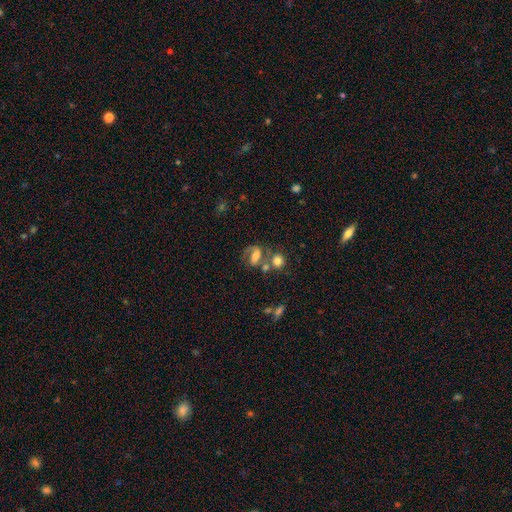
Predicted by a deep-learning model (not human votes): featured or disk 61%, smooth 28%, star or artifact 10%. Down the decision tree: edge-on disk — no (96%); bar — weak (36%); spiral arms — yes (86%); spiral arm count — 2 (73%); spiral winding — medium (51%); bulge size — moderate (51%); merging — none (43%).